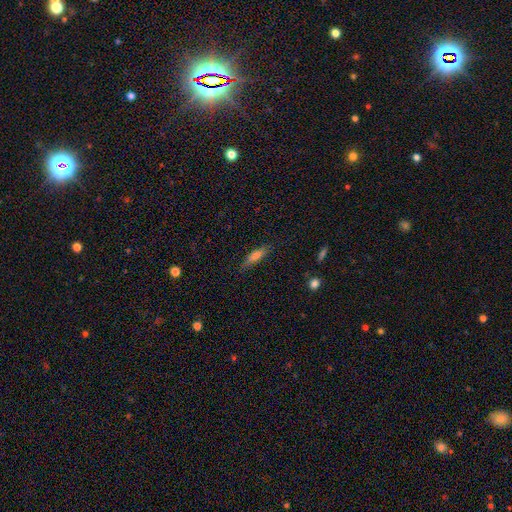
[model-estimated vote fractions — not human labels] Smooth or featured? Predicted: smooth (p=0.72). How rounded? Predicted: cigar-shaped (p=0.64). Merging? Predicted: none (p=0.79).